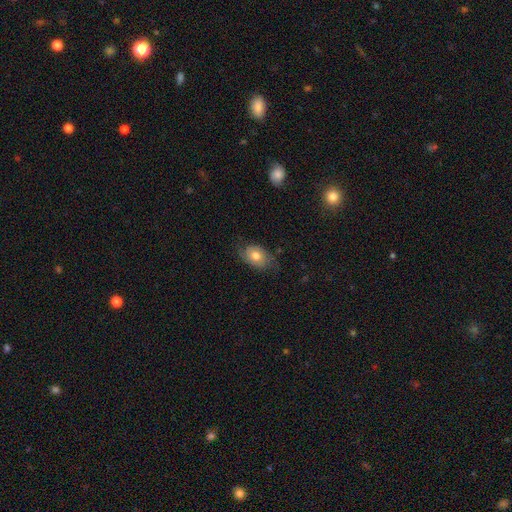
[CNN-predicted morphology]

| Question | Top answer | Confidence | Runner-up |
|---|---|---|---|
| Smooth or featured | smooth | 51% | featured or disk (41%) |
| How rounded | in between | 78% | round (21%) |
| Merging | none | 64% | minor disturbance (25%) |